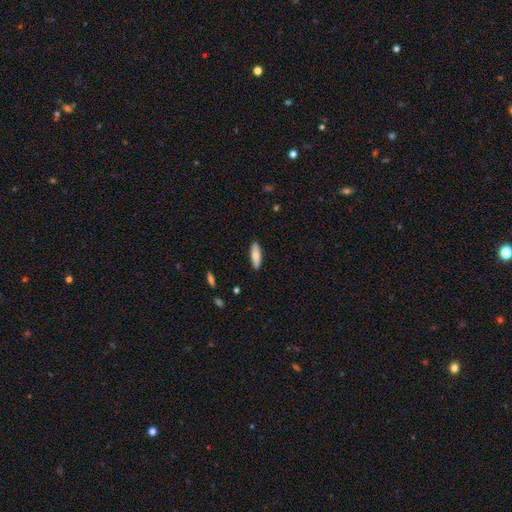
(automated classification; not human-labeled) This is likely a smooth galaxy (76%). How rounded: possibly cigar-shaped (54%). Merging: clearly none (87%).